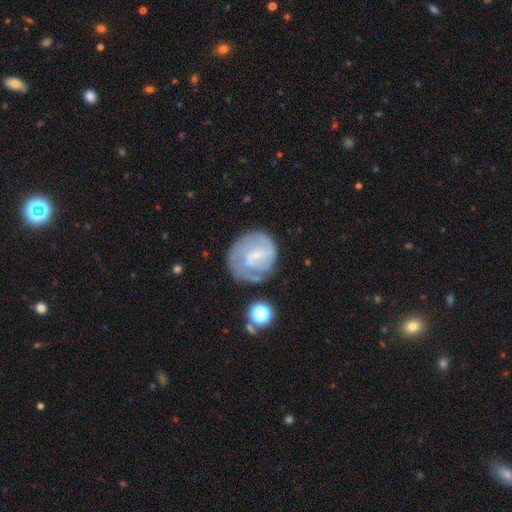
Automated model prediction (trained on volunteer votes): Overall: featured or disk (60%; smooth 31%). Edge-on disk: no (98%). Bar: weak (50%; no 36%). Spiral arms: yes (76%). Bulge size: small (54%; none 25%). Merging: none (58%; minor disturbance 22%).